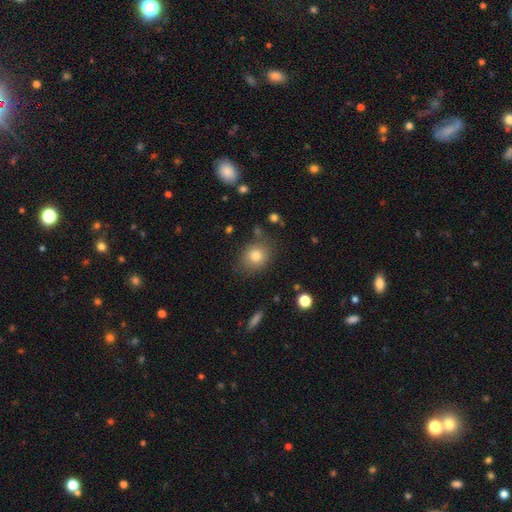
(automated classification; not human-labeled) A smooth galaxy with no disk features (80%) that is round (67%). Merging: none (79%).